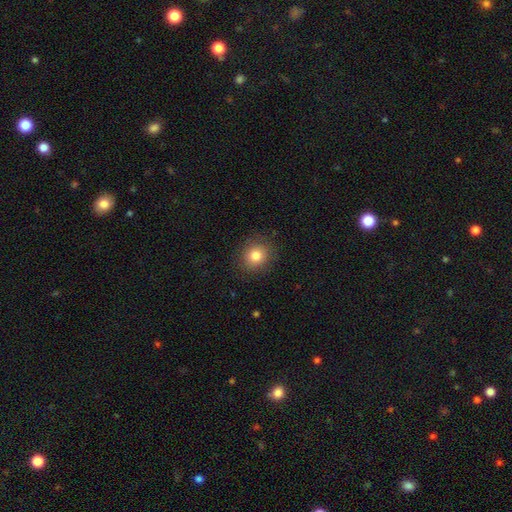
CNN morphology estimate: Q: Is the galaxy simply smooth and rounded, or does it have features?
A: smooth — 82%.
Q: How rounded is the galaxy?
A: round — 80%.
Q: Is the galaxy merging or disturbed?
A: none — 88%.